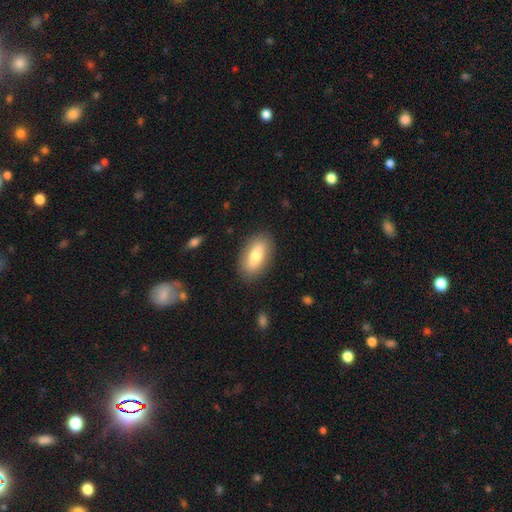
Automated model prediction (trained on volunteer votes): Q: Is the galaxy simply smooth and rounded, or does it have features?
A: smooth — 71%.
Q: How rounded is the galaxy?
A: in between — 89%.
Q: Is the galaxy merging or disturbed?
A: none — 86%.